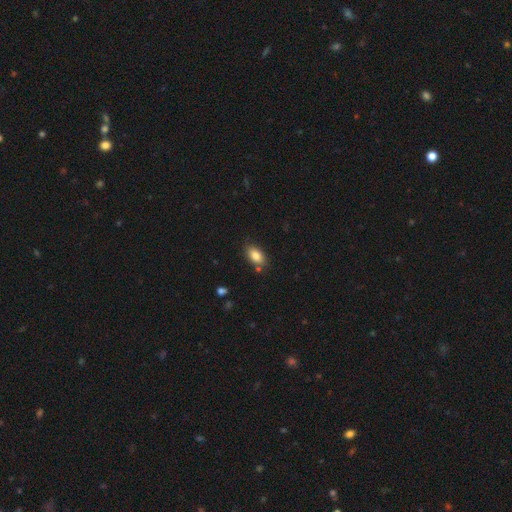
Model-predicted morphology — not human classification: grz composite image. It shows a smooth galaxy with no disk features (84%) that is in between round and cigar-shaped (90%). Merging: none (80%).